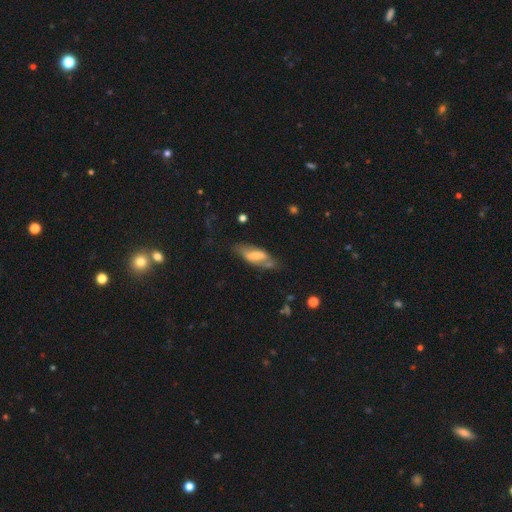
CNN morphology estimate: smooth-or-featured: smooth: 50% | featured or disk: 43% | star or artifact: 7%
  how-rounded: in between: 68% | cigar-shaped: 30% | round: 2%
  merging: none: 49% | minor disturbance: 28% | major disturbance: 17% | merger: 6%